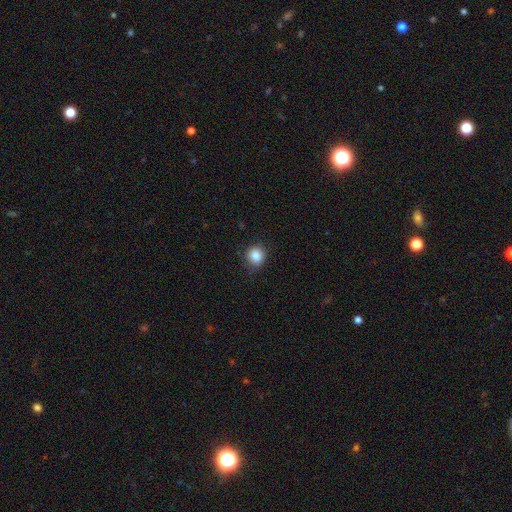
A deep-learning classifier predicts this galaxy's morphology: Overall: smooth (85%). How rounded: round (87%). Merging: none (83%).